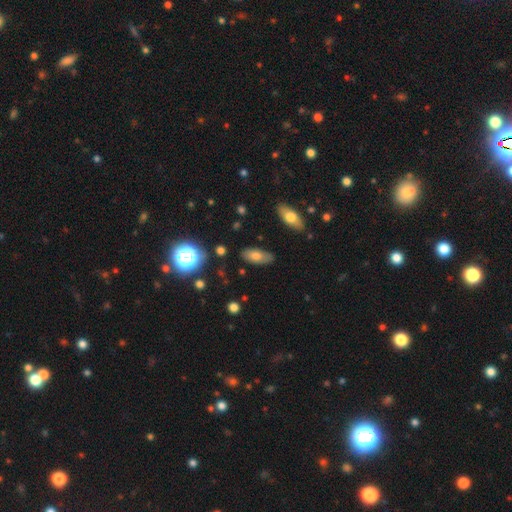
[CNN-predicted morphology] This is likely a smooth galaxy (70%). How rounded: clearly in between (84%). Merging: clearly none (80%).